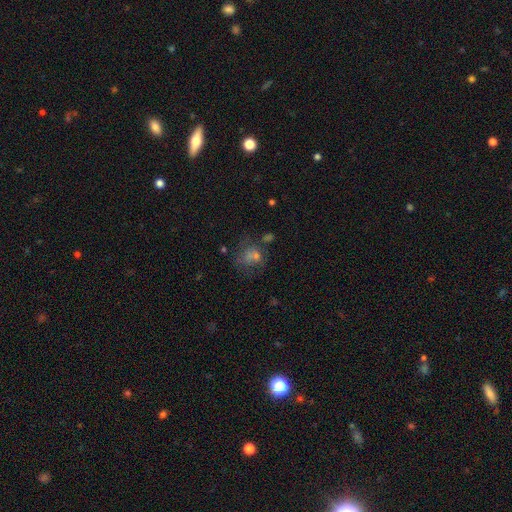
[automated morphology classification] Smooth or featured? smooth (49%)
Merging? none (45%)